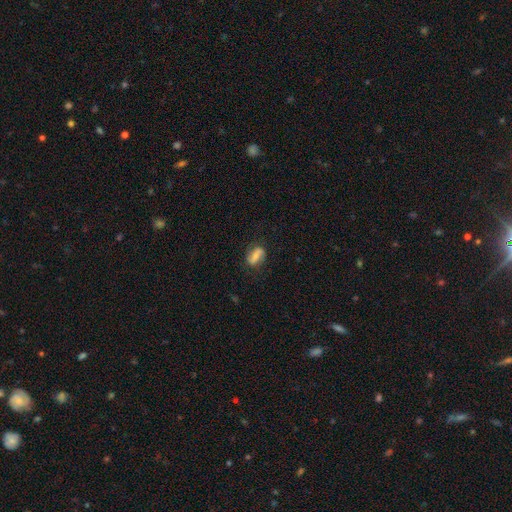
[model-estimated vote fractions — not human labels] A featured or disk galaxy (53%) with a strong bar (46%), spiral arms (85%) and a small central bulge (39%). Merging: none (77%).